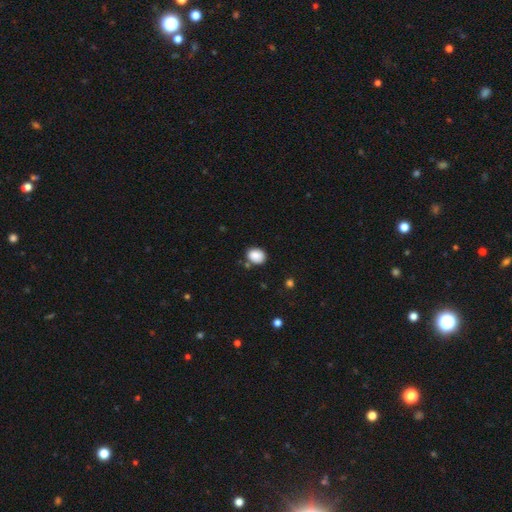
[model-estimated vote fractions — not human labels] Morphology: type=smooth (87%); roundness=round (53%); merging=none (76%).